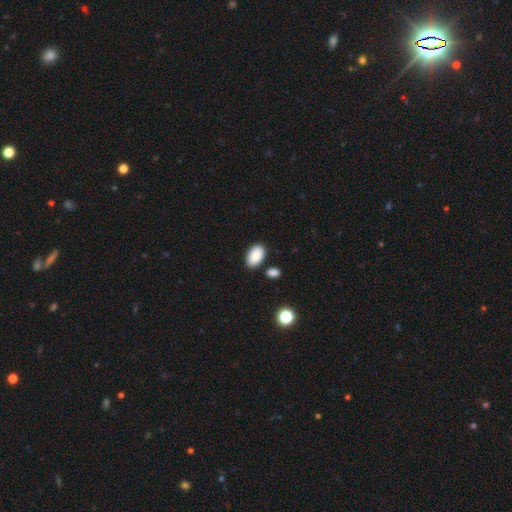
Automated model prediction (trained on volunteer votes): Q: Smooth or featured?
A: smooth (89%); runner-up: star or artifact (7%)
Q: How rounded?
A: in between (93%); runner-up: round (5%)
Q: Merging?
A: none (83%); runner-up: minor disturbance (10%)